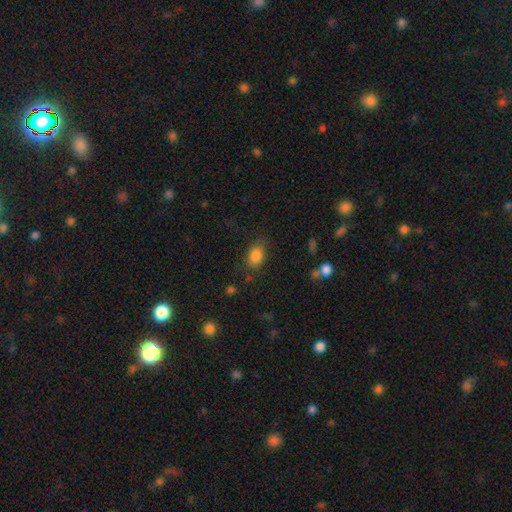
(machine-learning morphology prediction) Smooth or featured? Predicted: smooth (p=0.85). How rounded? Predicted: in between (p=0.77). Merging? Predicted: none (p=0.74).